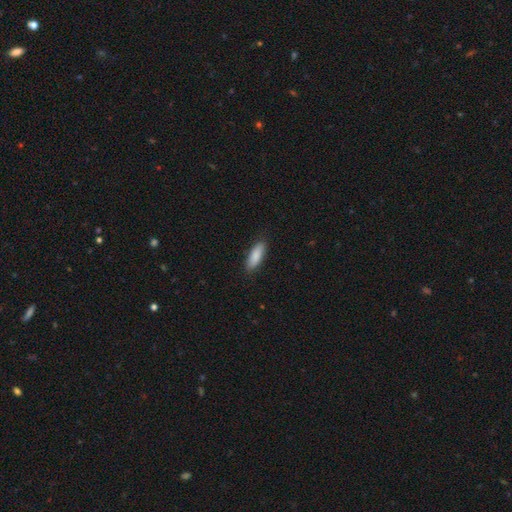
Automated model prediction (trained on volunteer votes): smooth-or-featured: smooth: 88% | featured or disk: 6% | star or artifact: 6%
  how-rounded: in between: 59% | cigar-shaped: 39% | round: 2%
  merging: none: 87% | minor disturbance: 10% | major disturbance: 2% | merger: 1%